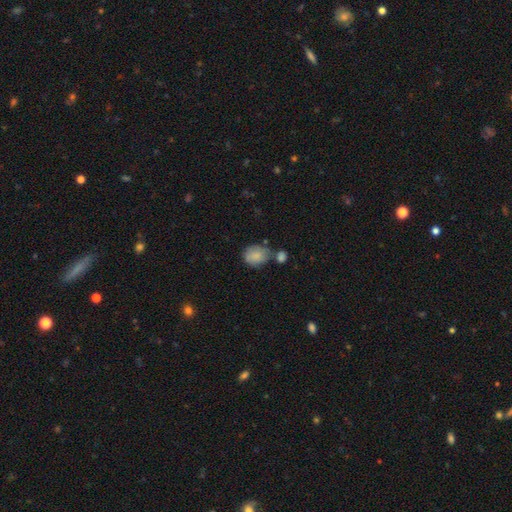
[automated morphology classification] type=smooth (84%); roundness=round (56%); merging=none (52%).